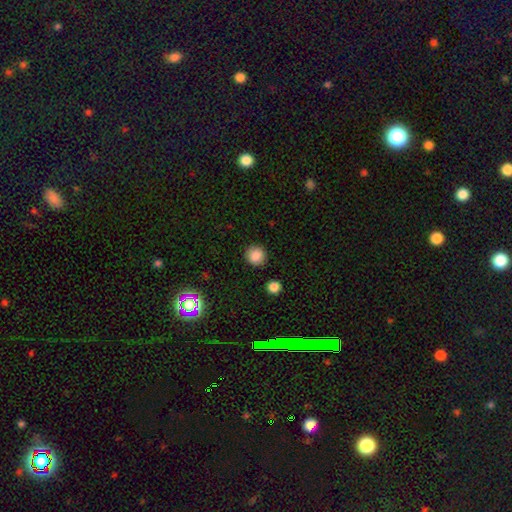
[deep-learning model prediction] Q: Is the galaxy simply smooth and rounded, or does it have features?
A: smooth — 86%.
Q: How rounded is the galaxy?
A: round — 93%.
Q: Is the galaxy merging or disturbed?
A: none — 90%.